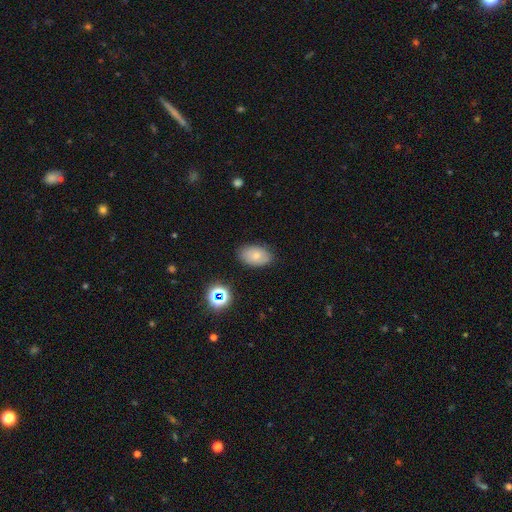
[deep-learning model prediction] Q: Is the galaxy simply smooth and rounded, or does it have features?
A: smooth — 72%.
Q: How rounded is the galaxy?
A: in between — 89%.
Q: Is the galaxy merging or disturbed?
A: none — 84%.